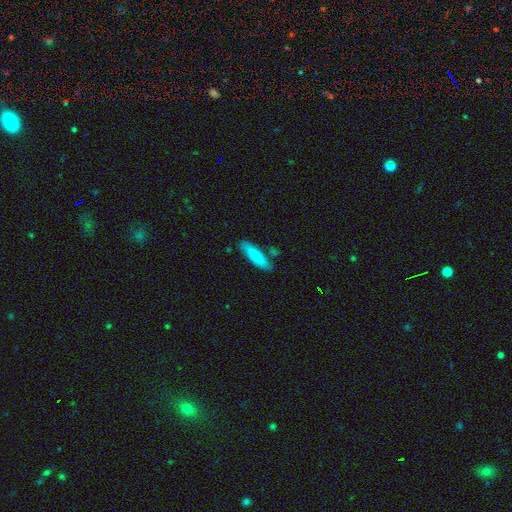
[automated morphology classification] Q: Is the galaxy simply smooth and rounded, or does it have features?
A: smooth — 82%.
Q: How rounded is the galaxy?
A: cigar-shaped — 64%.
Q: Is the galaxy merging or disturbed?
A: none — 78%.